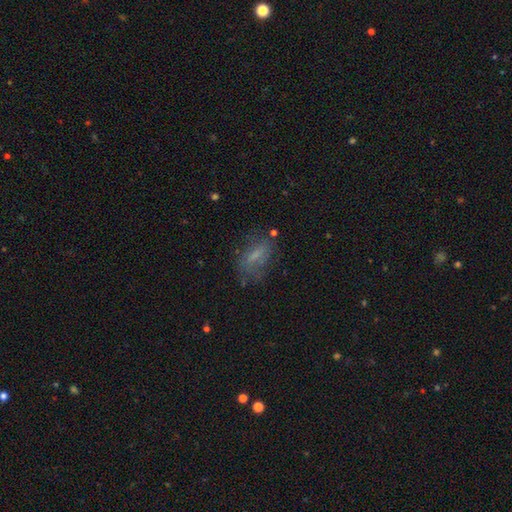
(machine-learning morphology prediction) Smooth or featured? Predicted: smooth (p=0.52). How rounded? Predicted: in between (p=0.69). Merging? Predicted: none (p=0.59).